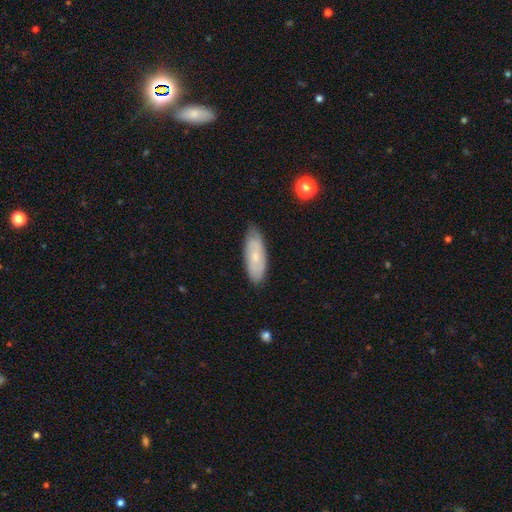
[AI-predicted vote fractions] This appears to be a smooth galaxy with no disk features (57%) that is in between round and cigar-shaped (72%). Merging: none (77%).